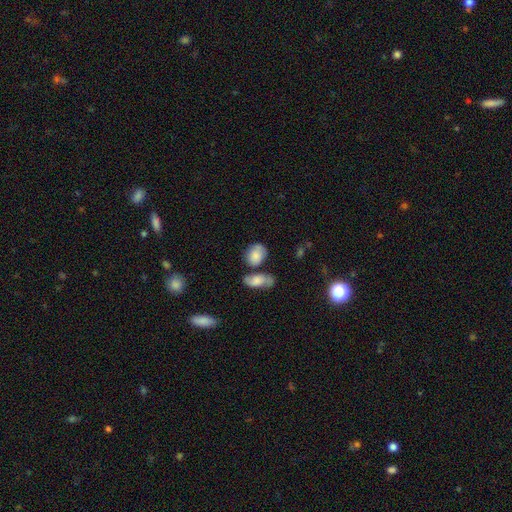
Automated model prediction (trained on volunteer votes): Smooth or featured? smooth (80%)
How rounded? in between (60%)
Merging? none (51%)